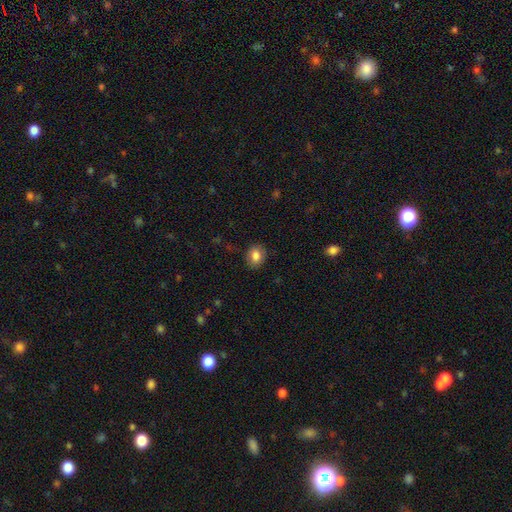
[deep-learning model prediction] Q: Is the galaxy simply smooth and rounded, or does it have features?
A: smooth — 83%.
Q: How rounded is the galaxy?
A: in between — 54%.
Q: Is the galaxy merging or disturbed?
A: none — 85%.